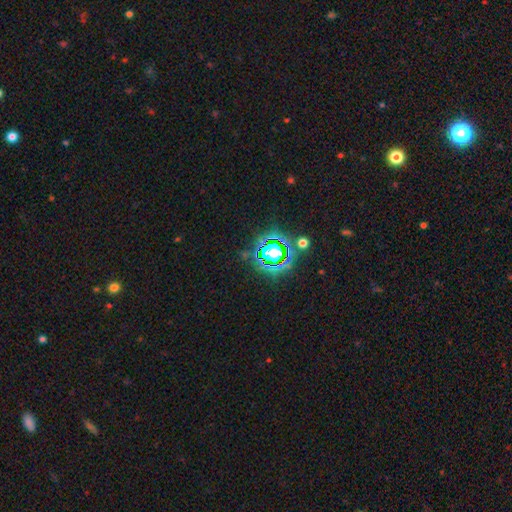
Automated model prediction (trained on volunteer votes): star or artifact 82%, smooth 11%, featured or disk 7%.